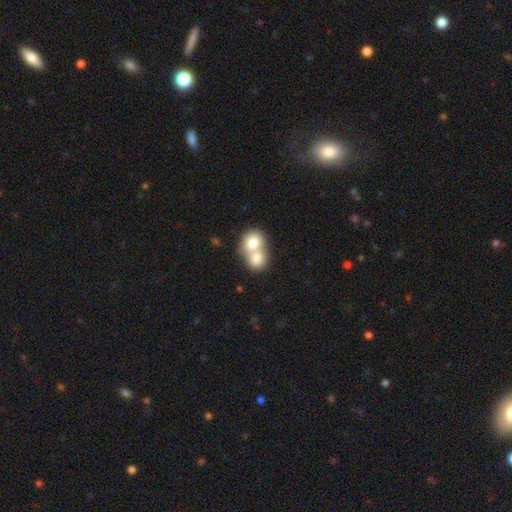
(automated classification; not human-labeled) Smooth or featured: smooth — 76% (featured or disk — 17%)
How rounded: round — 65% (in between — 34%)
Merging: merger — 76% (none — 18%)